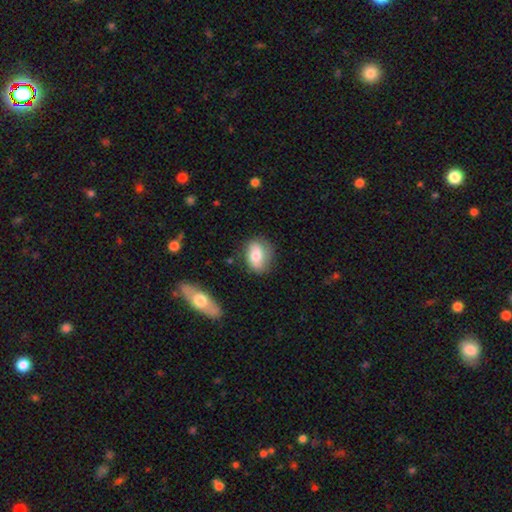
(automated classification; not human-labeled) This appears to be a smooth galaxy with no disk features (69%) that is in between round and cigar-shaped (74%). Merging: none (69%).